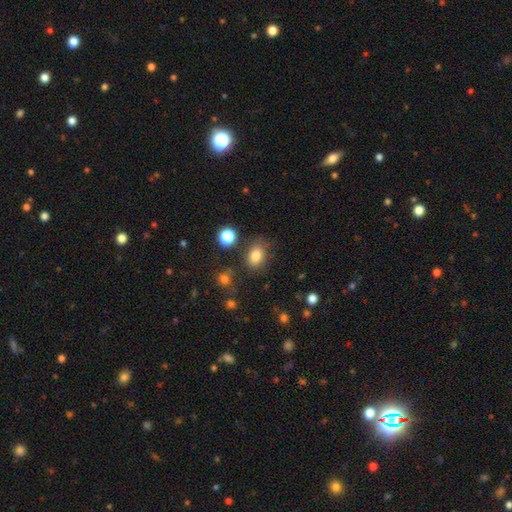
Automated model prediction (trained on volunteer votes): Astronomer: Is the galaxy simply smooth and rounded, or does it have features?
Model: smooth — 81%.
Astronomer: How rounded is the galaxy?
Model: in between — 66%.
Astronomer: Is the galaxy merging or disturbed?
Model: none — 76%.